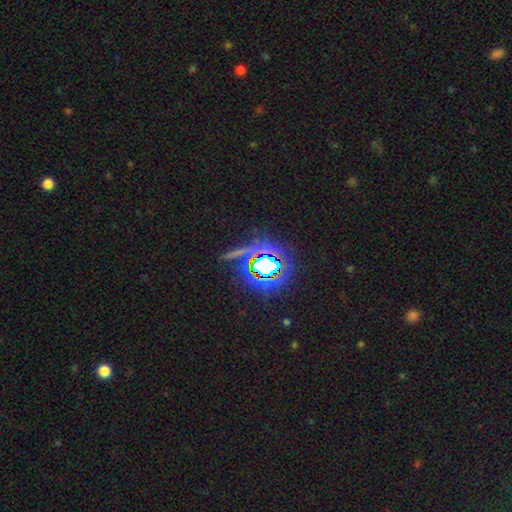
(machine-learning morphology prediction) Smooth or featured? Predicted: star or artifact (p=0.82).